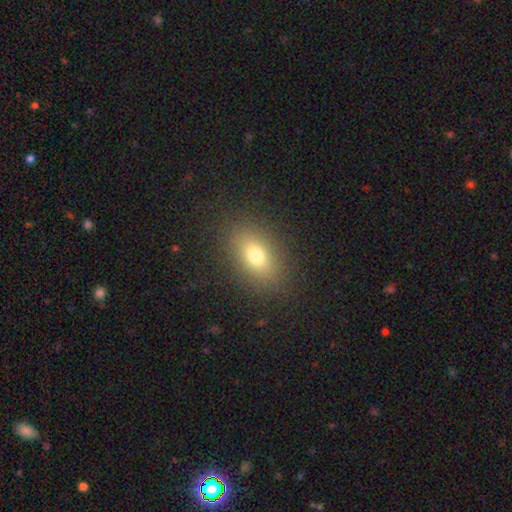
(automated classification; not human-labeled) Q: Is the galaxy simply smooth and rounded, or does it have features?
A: smooth — 74%.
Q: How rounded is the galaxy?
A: in between — 82%.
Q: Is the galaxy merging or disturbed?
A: none — 86%.